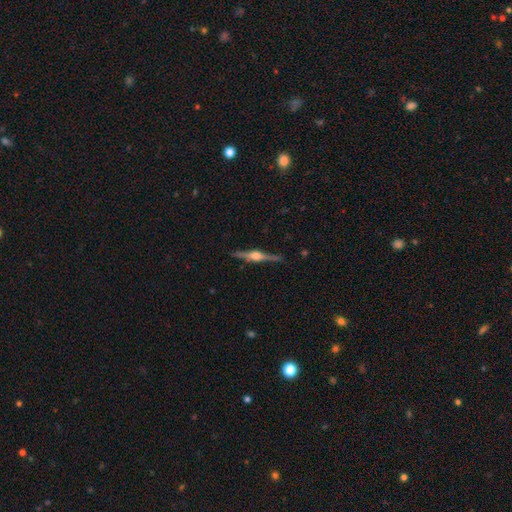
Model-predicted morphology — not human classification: A featured or disk galaxy (85%) viewed edge-on (98%) with a rounded central bulge (91%). Merging: none (90%).